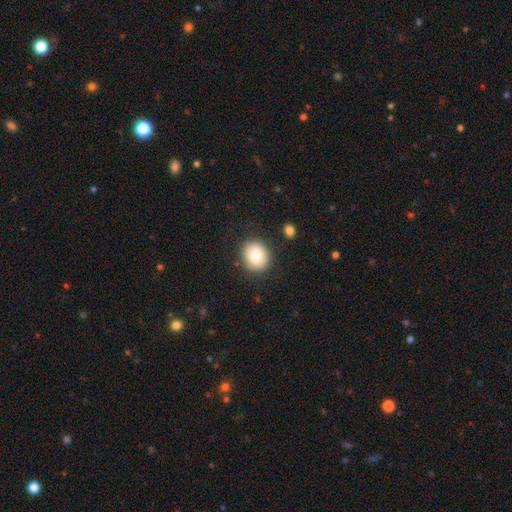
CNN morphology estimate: Smooth or featured? Predicted: smooth (p=0.82). How rounded? Predicted: round (p=0.71). Merging? Predicted: none (p=0.85).